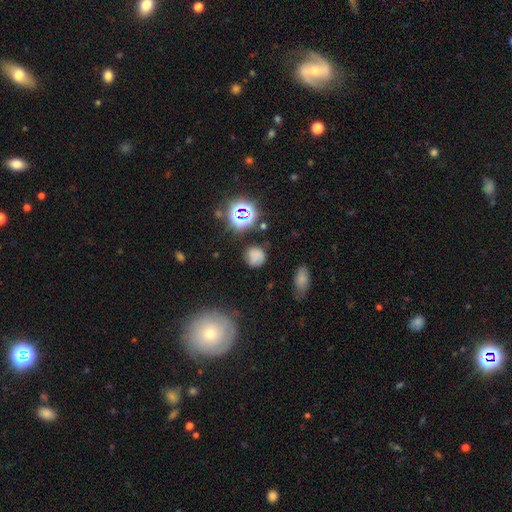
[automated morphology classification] This is likely a smooth galaxy (65%). How rounded: clearly round (82%). Merging: likely none (73%).